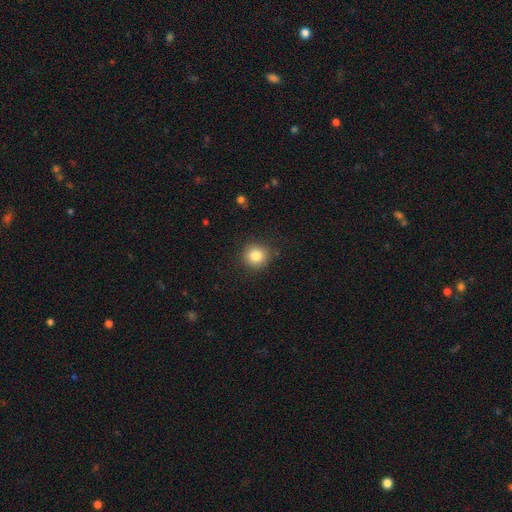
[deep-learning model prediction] Q: Smooth or featured?
A: smooth (83%); runner-up: star or artifact (10%)
Q: How rounded?
A: round (91%); runner-up: in between (8%)
Q: Merging?
A: none (88%); runner-up: minor disturbance (8%)